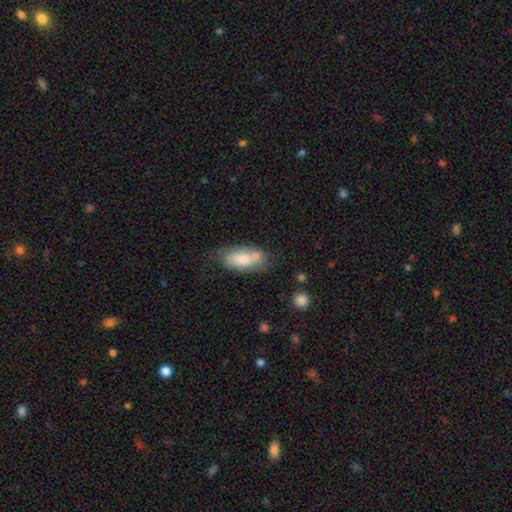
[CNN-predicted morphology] smooth 77%, featured or disk 16%, star or artifact 7%. Down the decision tree: how rounded — in between (89%); merging — none (52%).